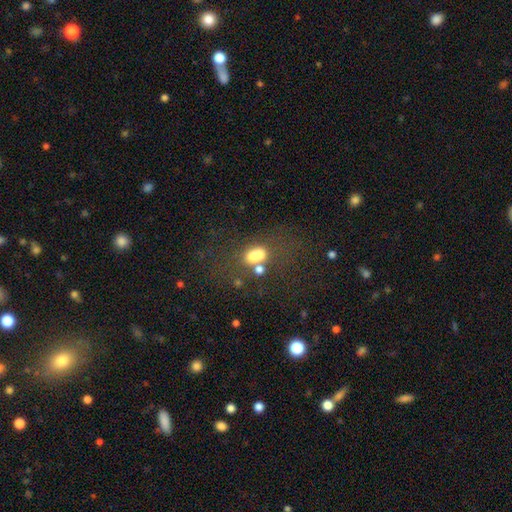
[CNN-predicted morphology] smooth_or_featured: smooth (p=0.71) [alt: star or artifact p=0.15]
how_rounded: in between (p=0.81) [alt: round p=0.16]
merging: none (p=0.43) [alt: merger p=0.31]